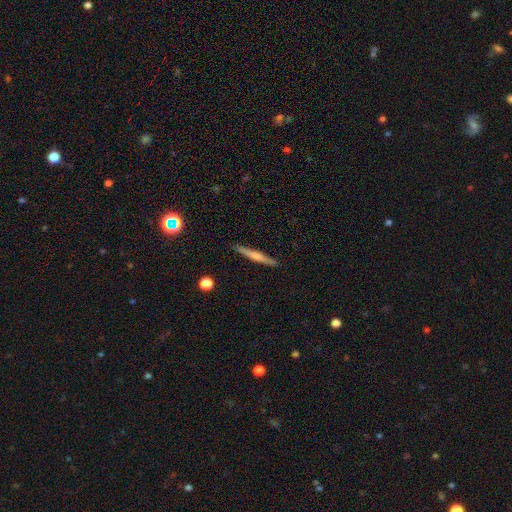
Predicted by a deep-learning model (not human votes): A featured or disk galaxy (47%). Merging: none (90%).